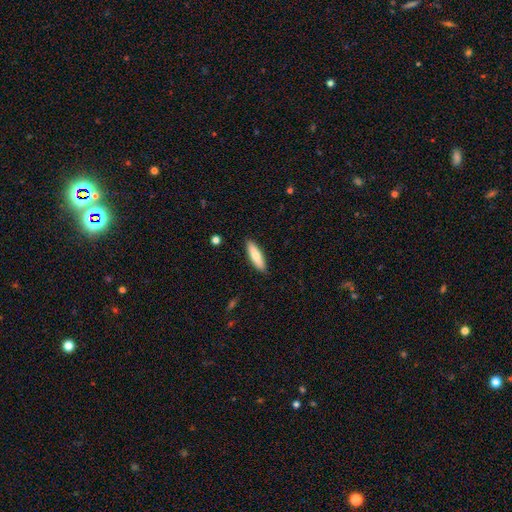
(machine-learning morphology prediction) Q: Smooth or featured?
A: smooth (76%); runner-up: featured or disk (18%)
Q: How rounded?
A: cigar-shaped (65%); runner-up: in between (33%)
Q: Merging?
A: none (90%); runner-up: minor disturbance (8%)